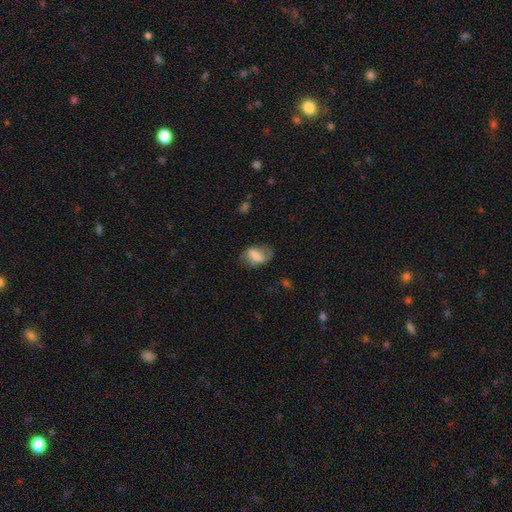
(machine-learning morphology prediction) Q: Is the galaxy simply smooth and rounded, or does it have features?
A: smooth — 54%.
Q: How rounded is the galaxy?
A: in between — 84%.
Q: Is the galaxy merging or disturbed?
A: none — 48%.